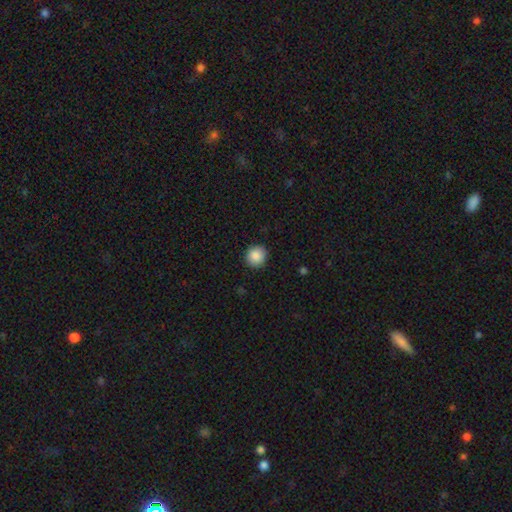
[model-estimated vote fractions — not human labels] smooth_or_featured: smooth (p=0.88) [alt: star or artifact p=0.08]
how_rounded: round (p=0.91) [alt: in between p=0.08]
merging: none (p=0.91) [alt: minor disturbance p=0.06]